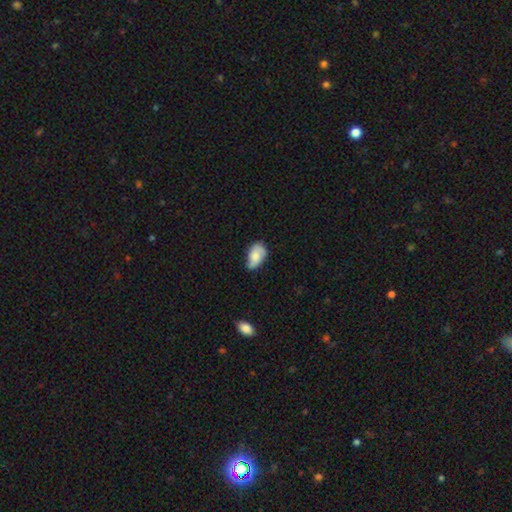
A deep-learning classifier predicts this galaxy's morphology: Smooth or featured? Predicted: smooth (p=0.60). How rounded? Predicted: in between (p=0.90). Merging? Predicted: none (p=0.56).